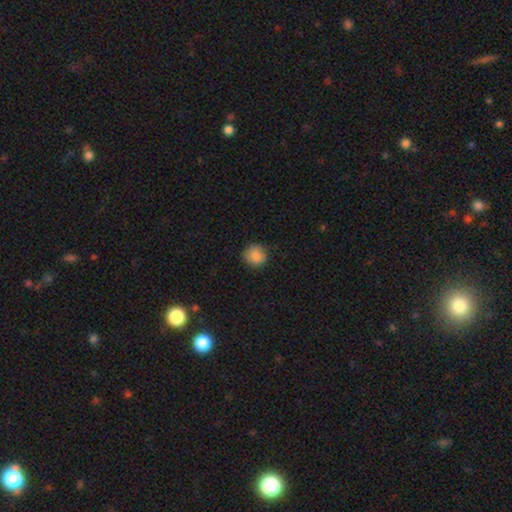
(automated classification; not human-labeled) The model was most divided on "merging": none: 84%, minor disturbance: 13%, major disturbance: 3%, merger: 1%. More confident: how rounded — round (89%); smooth or featured — smooth (87%).